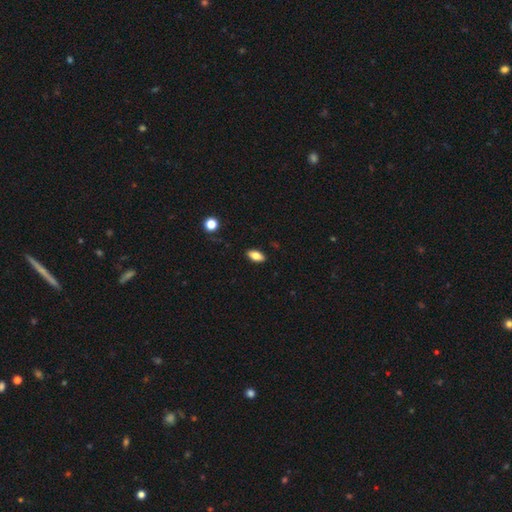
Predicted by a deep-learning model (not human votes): Smooth or featured?
  - smooth: 75% *
  - featured or disk: 17%
  - star or artifact: 8%
How rounded?
  - in between: 86% *
  - cigar-shaped: 10%
  - round: 4%
Merging?
  - none: 89% *
  - minor disturbance: 8%
  - major disturbance: 2%
  - merger: 1%